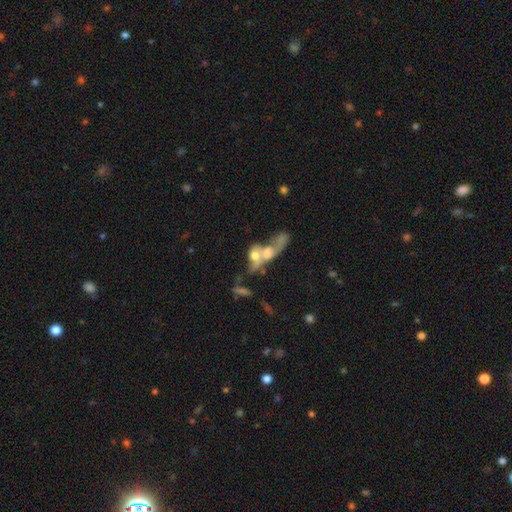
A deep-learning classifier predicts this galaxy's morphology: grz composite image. It shows a smooth galaxy with no disk features (44%, tied with featured or disk). Merging: merger (75%).